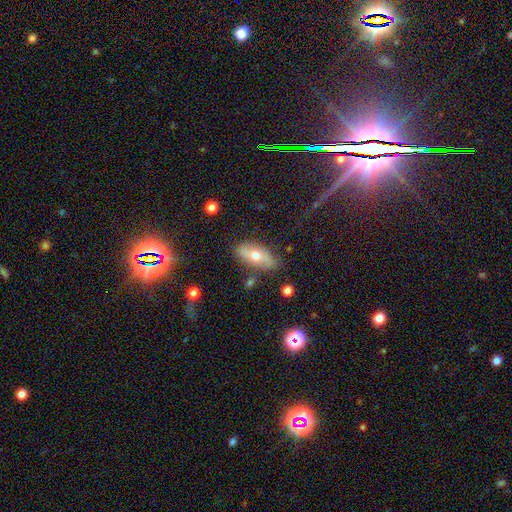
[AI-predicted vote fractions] Morphology: type=smooth (51%); roundness=in between (83%); merging=none (77%).